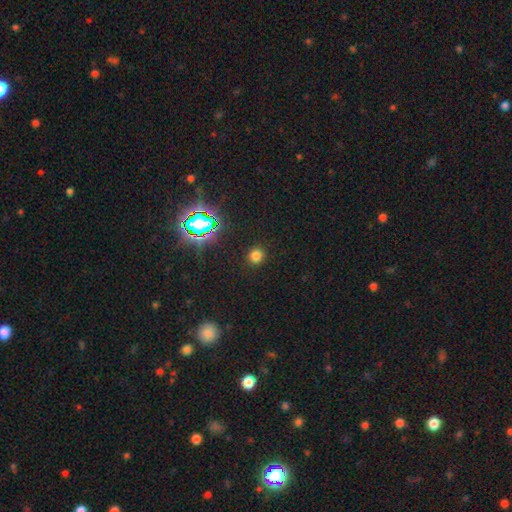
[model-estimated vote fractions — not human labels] Smooth or featured?
  - smooth: 74% *
  - star or artifact: 21%
  - featured or disk: 5%
How rounded?
  - round: 92% *
  - in between: 7%
  - cigar-shaped: 1%
Merging?
  - none: 90% *
  - minor disturbance: 6%
  - major disturbance: 2%
  - merger: 1%